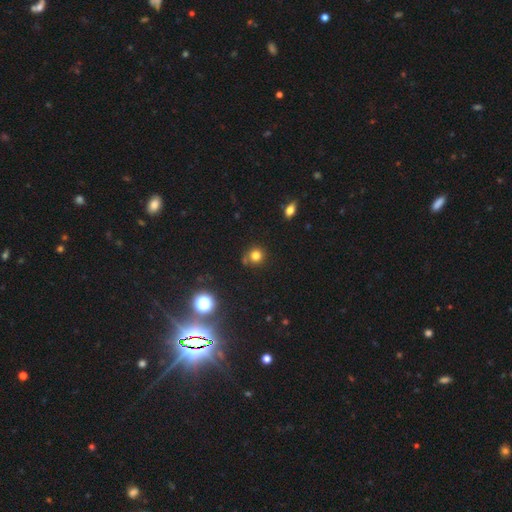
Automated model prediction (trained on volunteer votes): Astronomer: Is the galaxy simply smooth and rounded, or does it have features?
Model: smooth — 77%.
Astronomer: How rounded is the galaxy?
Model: round — 90%.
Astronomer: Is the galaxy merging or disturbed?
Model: none — 73%.